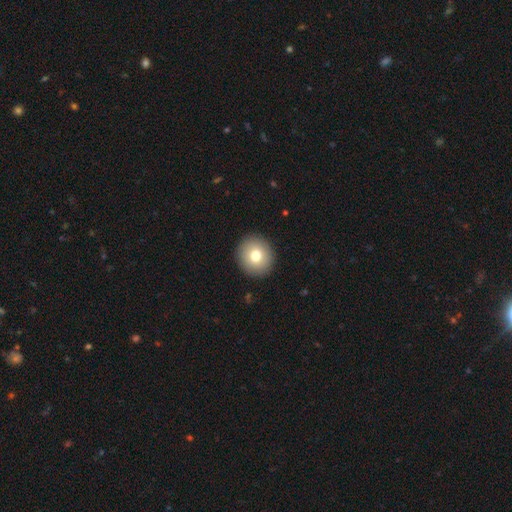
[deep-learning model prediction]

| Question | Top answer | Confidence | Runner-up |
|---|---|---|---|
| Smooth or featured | smooth | 77% | featured or disk (13%) |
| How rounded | round | 89% | in between (11%) |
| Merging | none | 92% | minor disturbance (5%) |